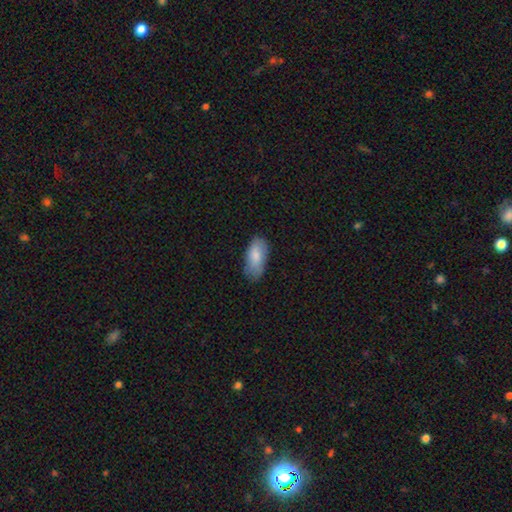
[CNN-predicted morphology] smooth 82%, featured or disk 12%, star or artifact 6%. Down the decision tree: how rounded — in between (92%); merging — none (68%).